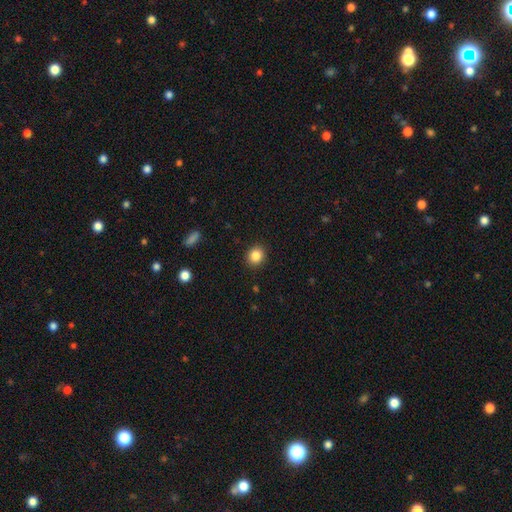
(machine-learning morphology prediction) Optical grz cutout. It shows a smooth galaxy with no disk features (85%) that is round (77%). Merging: none (90%).